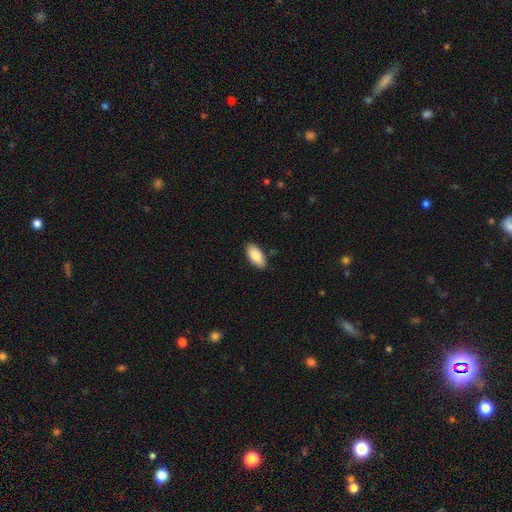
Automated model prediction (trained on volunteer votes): Smooth or featured: smooth — 86% (featured or disk — 8%)
How rounded: in between — 92% (cigar-shaped — 6%)
Merging: none — 87% (minor disturbance — 10%)